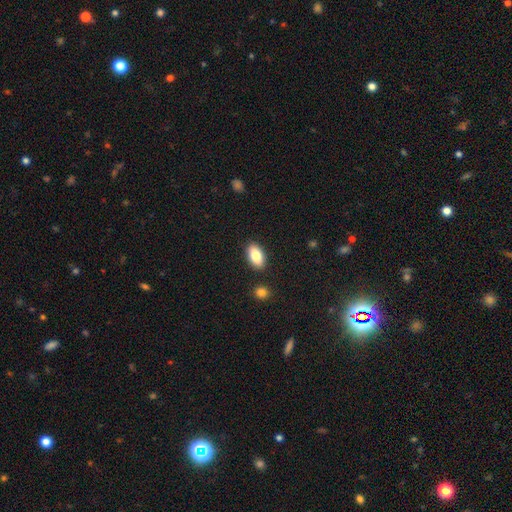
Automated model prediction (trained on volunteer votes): smooth-or-featured: smooth: 84% | featured or disk: 9% | star or artifact: 7%
  how-rounded: in between: 92% | round: 4% | cigar-shaped: 4%
  merging: none: 87% | minor disturbance: 8% | merger: 3% | major disturbance: 2%